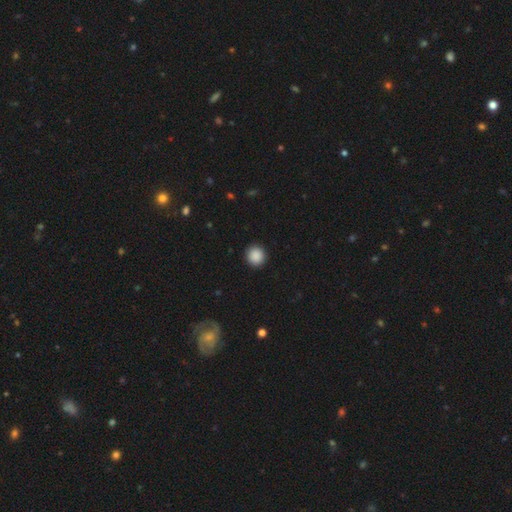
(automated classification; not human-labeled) Smooth or featured? smooth (89%)
How rounded? round (94%)
Merging? none (93%)